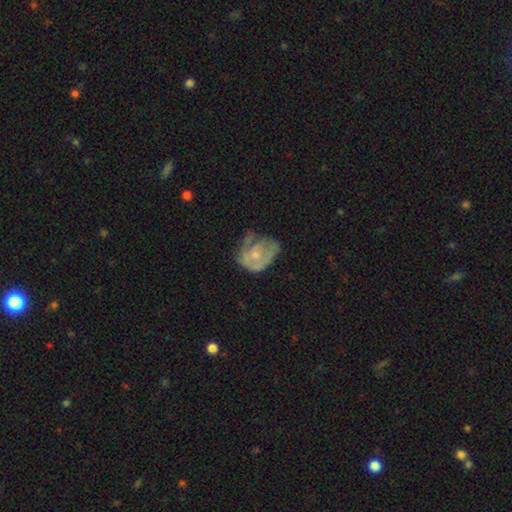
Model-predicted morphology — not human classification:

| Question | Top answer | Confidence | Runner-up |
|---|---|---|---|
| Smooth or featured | featured or disk | 59% | smooth (34%) |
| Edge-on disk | no | 97% | yes (3%) |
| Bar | no | 82% | weak (16%) |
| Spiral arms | yes | 56% | no (44%) |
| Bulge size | small | 64% | moderate (29%) |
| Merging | major disturbance | 36% | minor disturbance (32%) |